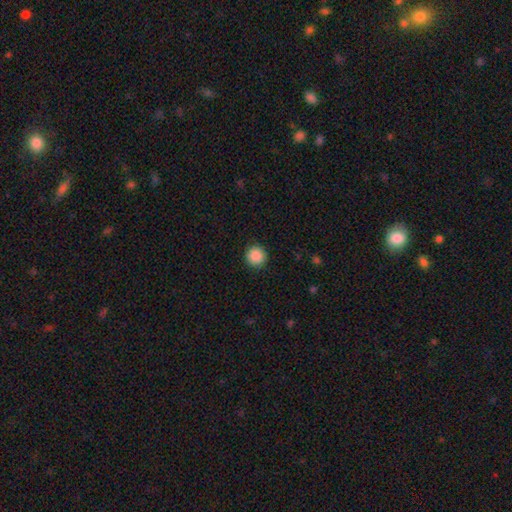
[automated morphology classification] The model was most divided on "smooth or featured": smooth: 89%, star or artifact: 9%, featured or disk: 3%. More confident: how rounded — round (95%); merging — none (91%).